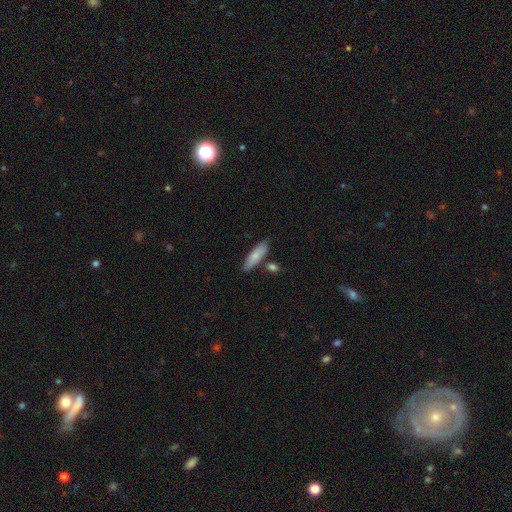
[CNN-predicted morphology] Q: Smooth or featured?
A: smooth (78%); runner-up: featured or disk (17%)
Q: How rounded?
A: cigar-shaped (56%); runner-up: in between (42%)
Q: Merging?
A: none (74%); runner-up: minor disturbance (14%)